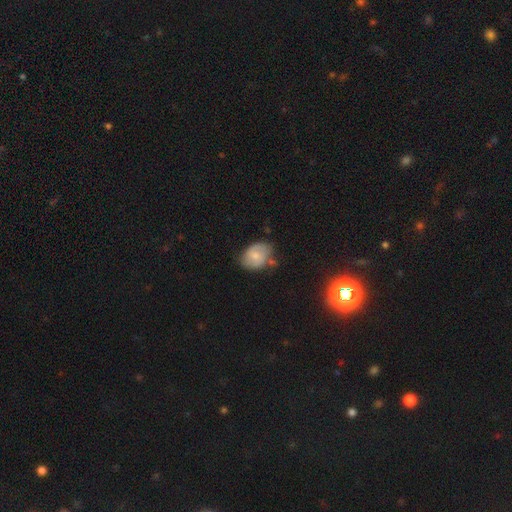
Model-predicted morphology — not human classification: smooth_or_featured: smooth (p=0.55) [alt: featured or disk p=0.37]
how_rounded: in between (p=0.68) [alt: round p=0.31]
merging: none (p=0.64) [alt: minor disturbance p=0.24]